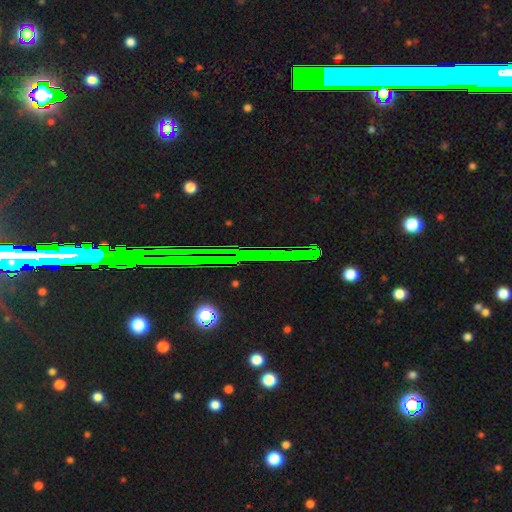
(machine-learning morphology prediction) Overall: star or artifact (78%).